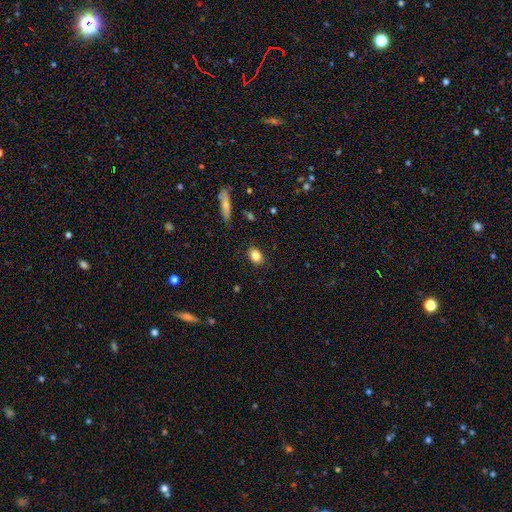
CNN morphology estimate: smooth 84%, star or artifact 9%, featured or disk 6%. Down the decision tree: how rounded — in between (68%); merging — none (87%).